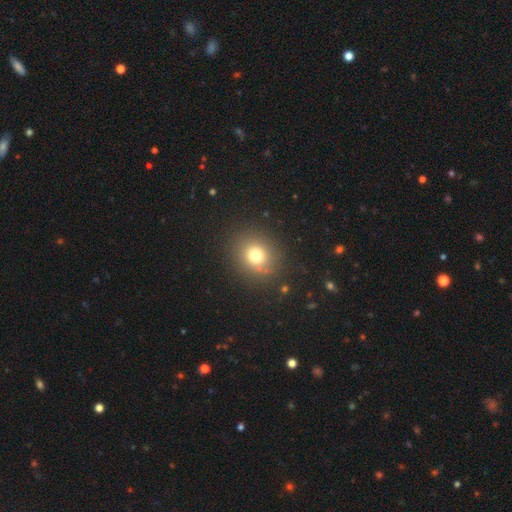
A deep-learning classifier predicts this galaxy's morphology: Overall: smooth (74%). How rounded: round (78%). Merging: none (85%).